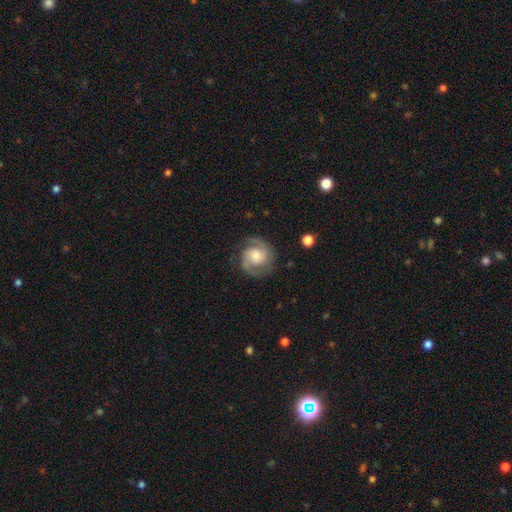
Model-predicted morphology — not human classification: Smooth or featured? featured or disk (86%)
Edge-on disk? no (98%)
Bar? no (63%)
Spiral arms? yes (97%)
Spiral winding? medium (48%)
Spiral arm count? 2 (90%)
Bulge size? moderate (51%)
Merging? none (82%)